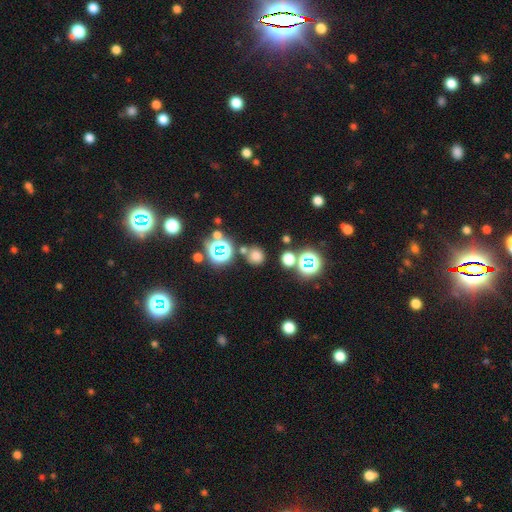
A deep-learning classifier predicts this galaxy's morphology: Q: Smooth or featured?
A: smooth (69%); runner-up: star or artifact (25%)
Q: How rounded?
A: round (90%); runner-up: in between (9%)
Q: Merging?
A: none (77%); runner-up: merger (10%)